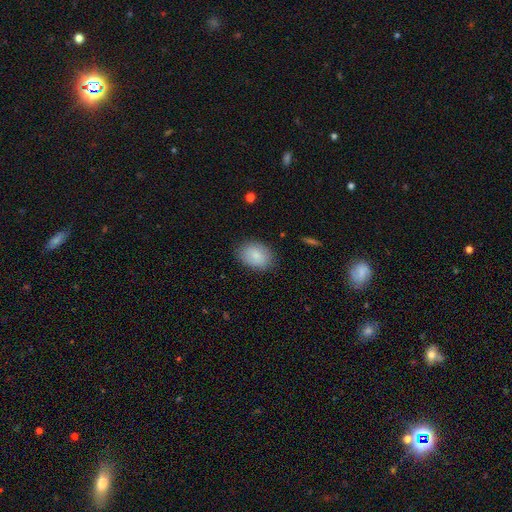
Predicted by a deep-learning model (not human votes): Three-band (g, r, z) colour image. It shows a smooth galaxy with no disk features (84%) that is in between round and cigar-shaped (78%). Merging: none (82%).